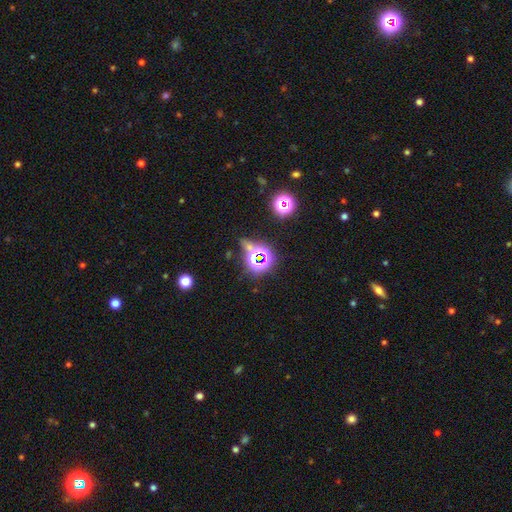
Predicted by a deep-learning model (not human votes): Smooth or featured? Predicted: star or artifact (p=0.74).